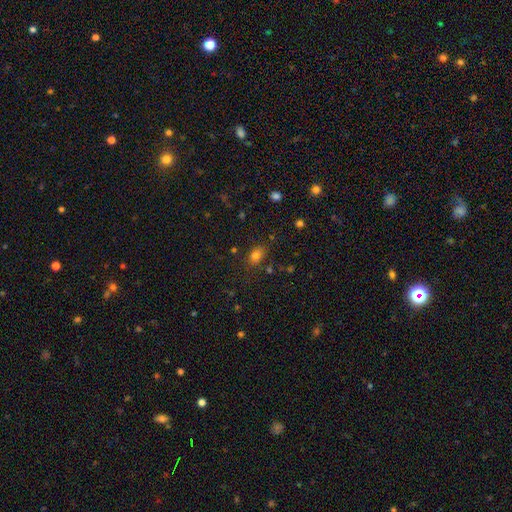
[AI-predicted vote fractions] Smooth or featured?
  - smooth: 75% *
  - star or artifact: 16%
  - featured or disk: 9%
How rounded?
  - in between: 75% *
  - round: 23%
  - cigar-shaped: 2%
Merging?
  - none: 73% *
  - minor disturbance: 18%
  - major disturbance: 5%
  - merger: 4%